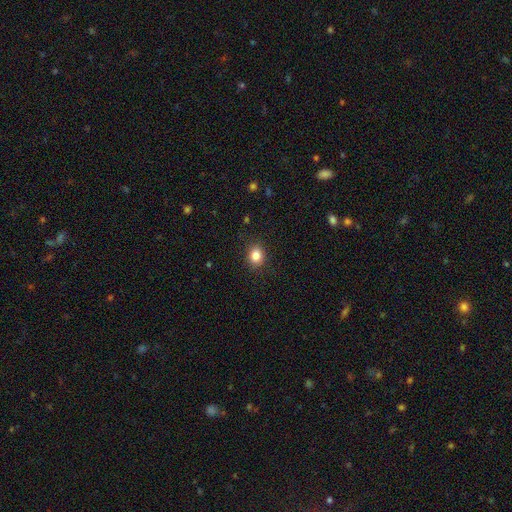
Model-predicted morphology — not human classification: smooth_or_featured: smooth (p=0.84) [alt: star or artifact p=0.10]
how_rounded: round (p=0.60) [alt: in between p=0.39]
merging: none (p=0.88) [alt: minor disturbance p=0.08]